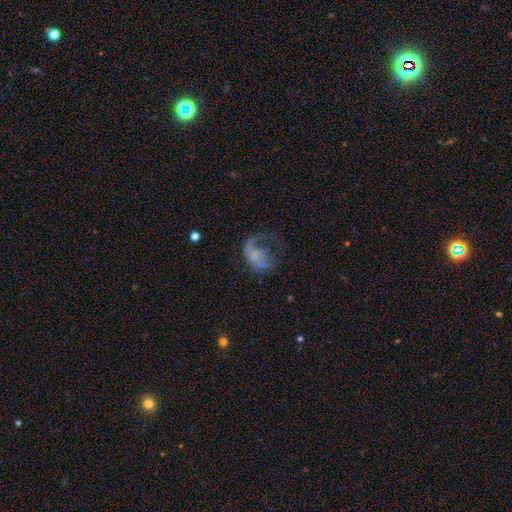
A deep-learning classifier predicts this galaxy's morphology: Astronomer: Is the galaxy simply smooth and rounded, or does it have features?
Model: featured or disk — 51% (runner-up: smooth, 35%).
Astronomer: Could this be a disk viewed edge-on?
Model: no — 97%.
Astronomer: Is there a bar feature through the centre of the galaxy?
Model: no — 82%.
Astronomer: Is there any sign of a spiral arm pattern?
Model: no — 60% (runner-up: yes, 40%).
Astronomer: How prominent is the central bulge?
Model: none — 68%.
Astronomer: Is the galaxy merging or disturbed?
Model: major disturbance — 58%.